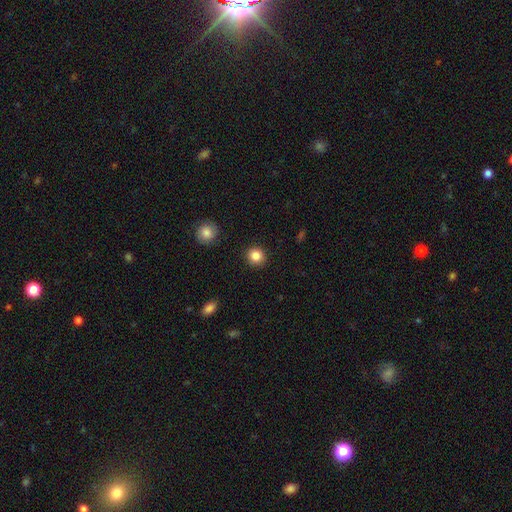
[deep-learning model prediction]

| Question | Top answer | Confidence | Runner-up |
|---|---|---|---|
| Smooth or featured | smooth | 85% | star or artifact (10%) |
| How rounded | round | 90% | in between (9%) |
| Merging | none | 91% | minor disturbance (6%) |